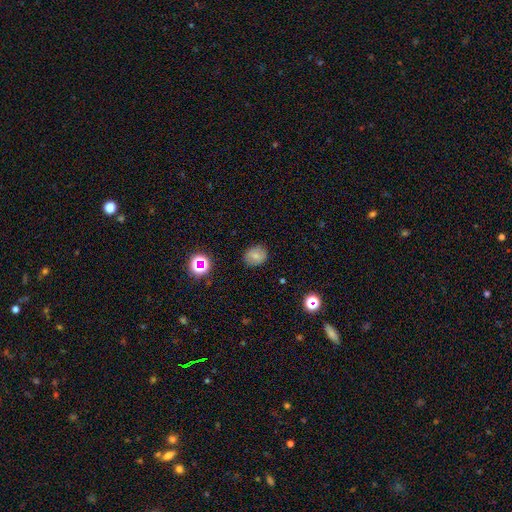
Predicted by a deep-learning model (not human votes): Smooth or featured?
  - smooth: 72% *
  - featured or disk: 15%
  - star or artifact: 13%
How rounded?
  - round: 64% *
  - in between: 35%
  - cigar-shaped: 1%
Merging?
  - none: 85% *
  - minor disturbance: 11%
  - major disturbance: 3%
  - merger: 1%